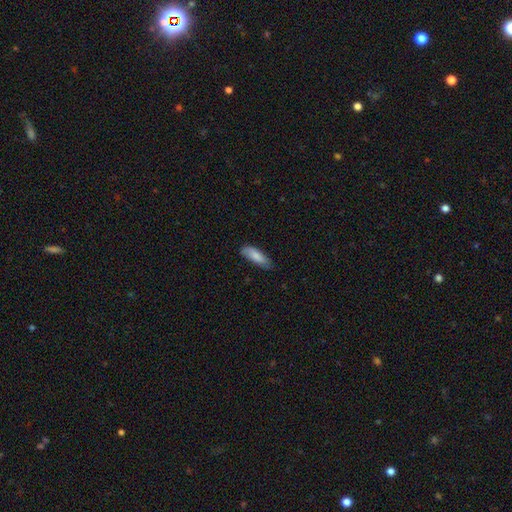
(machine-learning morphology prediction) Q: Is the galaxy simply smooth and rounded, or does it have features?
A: smooth — 85%.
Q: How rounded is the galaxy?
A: in between — 57%.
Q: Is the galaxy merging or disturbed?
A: none — 75%.